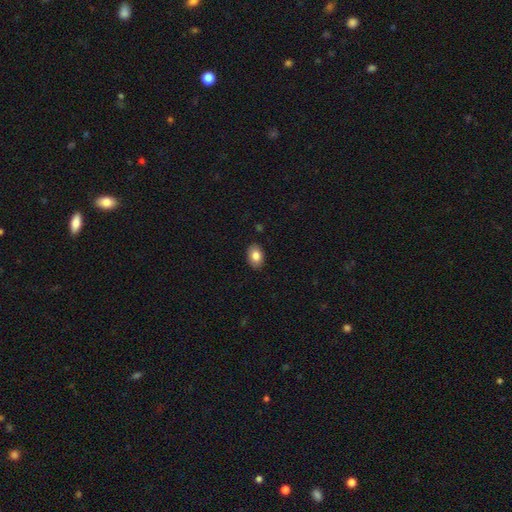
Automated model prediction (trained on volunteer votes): Smooth or featured?
  - smooth: 83% *
  - featured or disk: 10%
  - star or artifact: 8%
How rounded?
  - in between: 84% *
  - round: 15%
  - cigar-shaped: 1%
Merging?
  - none: 88% *
  - minor disturbance: 9%
  - major disturbance: 2%
  - merger: 1%